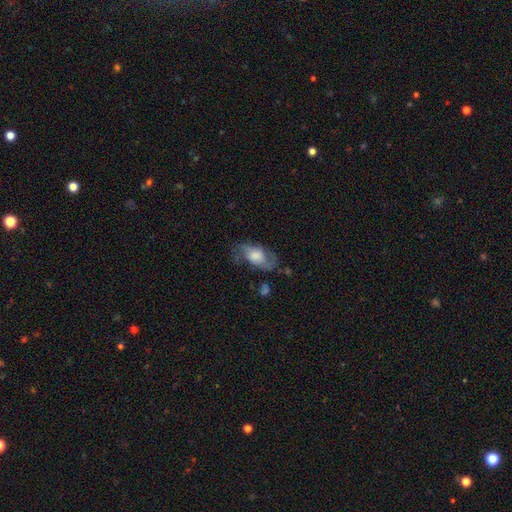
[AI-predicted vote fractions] Overall: featured or disk (53%; smooth 40%). Edge-on disk: no (91%). Merging: none (55%; minor disturbance 24%).